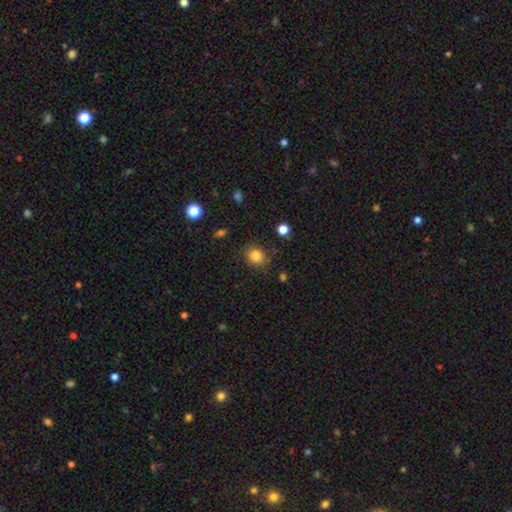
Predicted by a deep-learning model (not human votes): Smooth or featured? Predicted: smooth (p=0.84). How rounded? Predicted: round (p=0.70). Merging? Predicted: none (p=0.78).